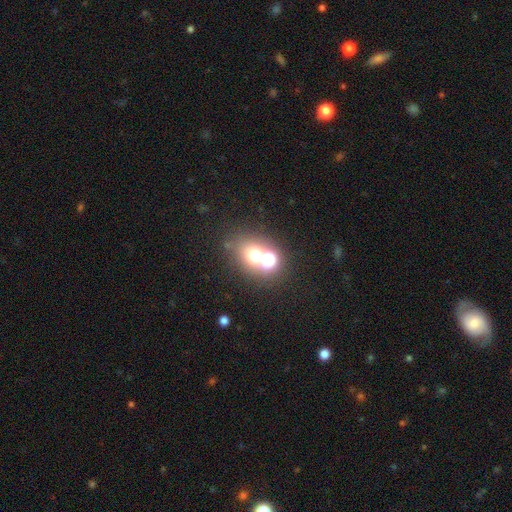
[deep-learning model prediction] smooth 58%, star or artifact 27%, featured or disk 15%. Down the decision tree: how rounded — round (69%); merging — none (54%).